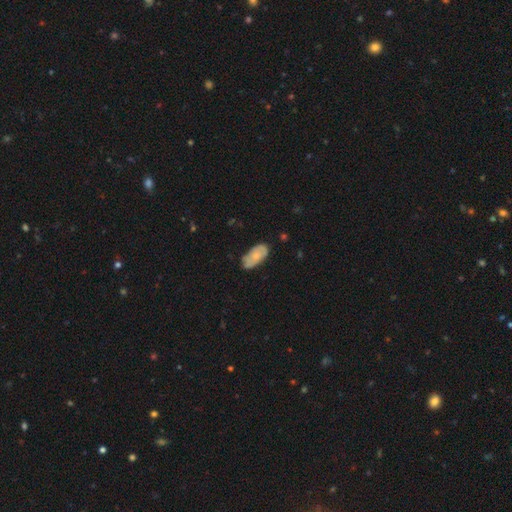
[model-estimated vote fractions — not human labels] smooth 66%, featured or disk 28%, star or artifact 6%. Down the decision tree: how rounded — in between (92%); merging — none (70%).